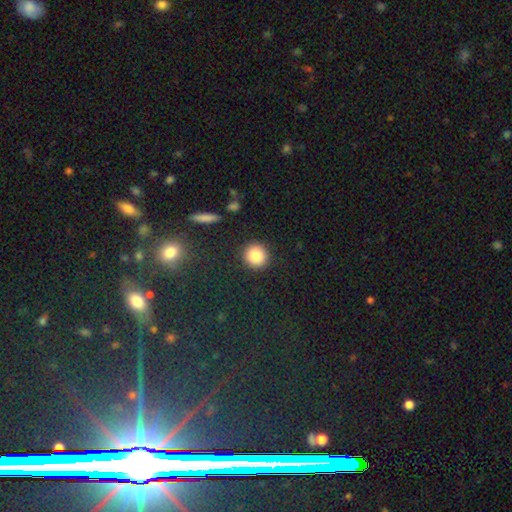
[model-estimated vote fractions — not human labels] smooth_or_featured: smooth (p=0.84) [alt: star or artifact p=0.10]
how_rounded: round (p=0.92) [alt: in between p=0.07]
merging: none (p=0.91) [alt: minor disturbance p=0.06]